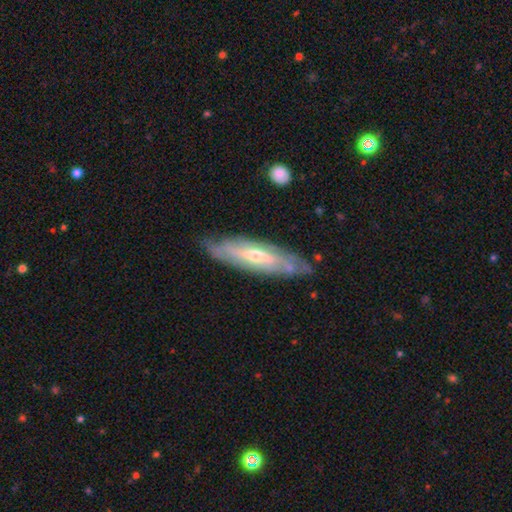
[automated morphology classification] Q: Smooth or featured?
A: featured or disk (72%); runner-up: smooth (21%)
Q: Edge-on disk?
A: no (59%); runner-up: yes (41%)
Q: Merging?
A: none (78%); runner-up: minor disturbance (16%)